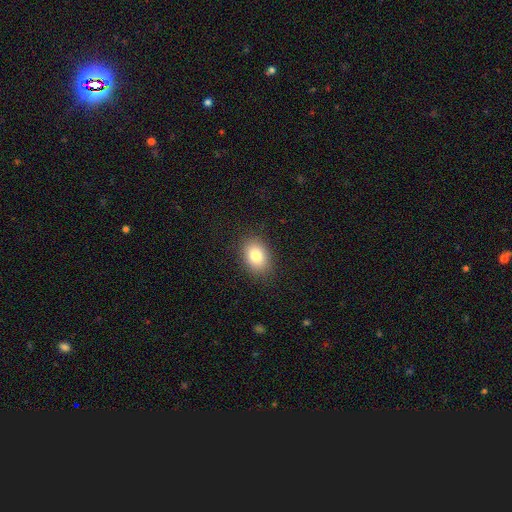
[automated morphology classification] A smooth galaxy with no disk features (82%) that is in between round and cigar-shaped (80%). Merging: none (87%).